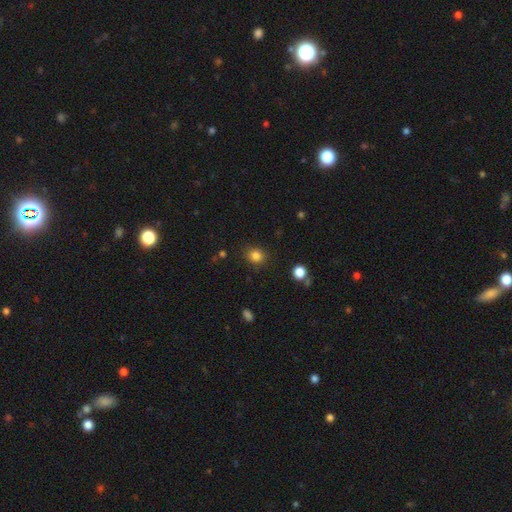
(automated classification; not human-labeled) This is clearly a smooth galaxy (83%). How rounded: likely round (74%). Merging: clearly none (86%).